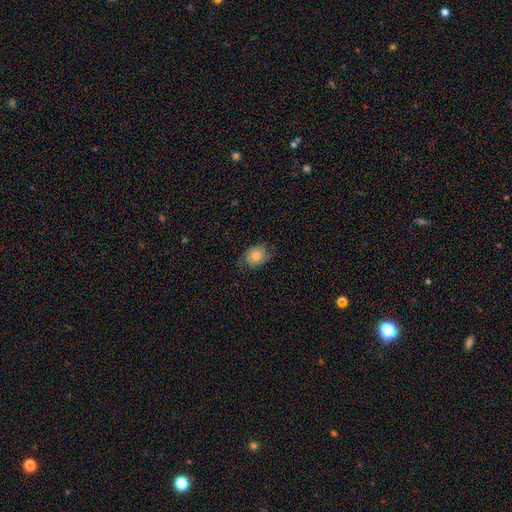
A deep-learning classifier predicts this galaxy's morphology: smooth_or_featured: smooth (p=0.57) [alt: featured or disk p=0.34]
how_rounded: in between (p=0.63) [alt: round p=0.35]
merging: none (p=0.65) [alt: minor disturbance p=0.24]